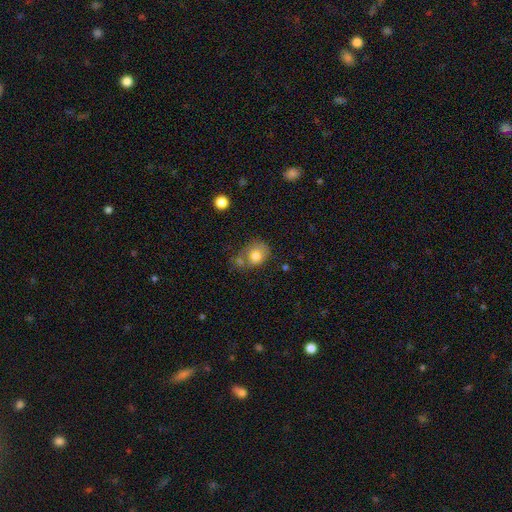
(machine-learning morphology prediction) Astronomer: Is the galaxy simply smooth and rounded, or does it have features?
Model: smooth — 74%.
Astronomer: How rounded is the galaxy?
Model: round — 58% (runner-up: in between, 41%).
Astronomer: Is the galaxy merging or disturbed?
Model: none — 42% (runner-up: merger, 23%).